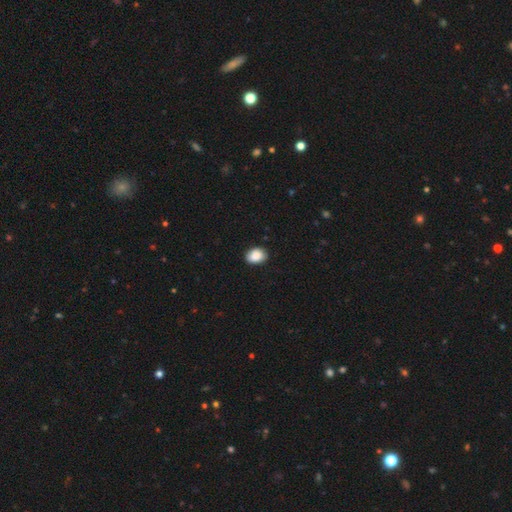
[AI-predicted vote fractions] Q: Smooth or featured?
A: smooth (89%); runner-up: star or artifact (8%)
Q: How rounded?
A: in between (71%); runner-up: round (28%)
Q: Merging?
A: none (85%); runner-up: minor disturbance (12%)